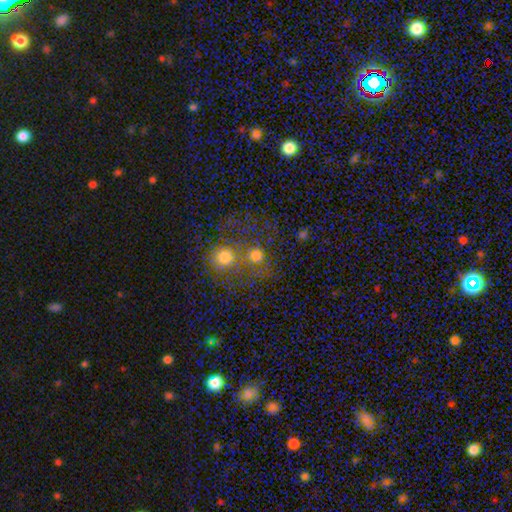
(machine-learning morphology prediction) The model was most divided on "smooth or featured": smooth: 62%, star or artifact: 28%, featured or disk: 10%. More confident: how rounded — round (84%); merging — none (63%).